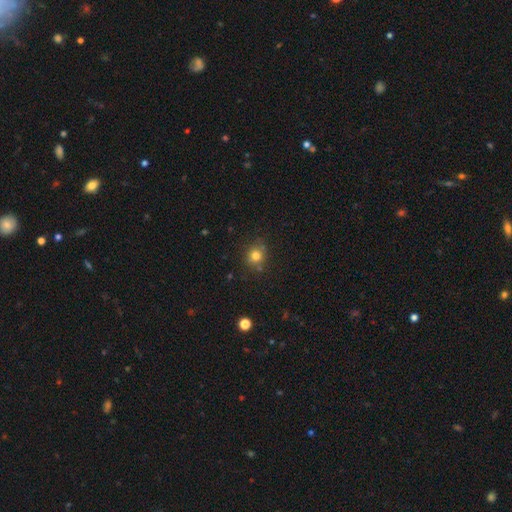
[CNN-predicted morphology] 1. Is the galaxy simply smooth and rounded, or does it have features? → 78% smooth, 14% star or artifact, 8% featured or disk.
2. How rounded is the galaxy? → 83% round, 16% in between, 1% cigar-shaped.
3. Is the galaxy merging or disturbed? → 78% none, 14% minor disturbance, 4% merger, 3% major disturbance.